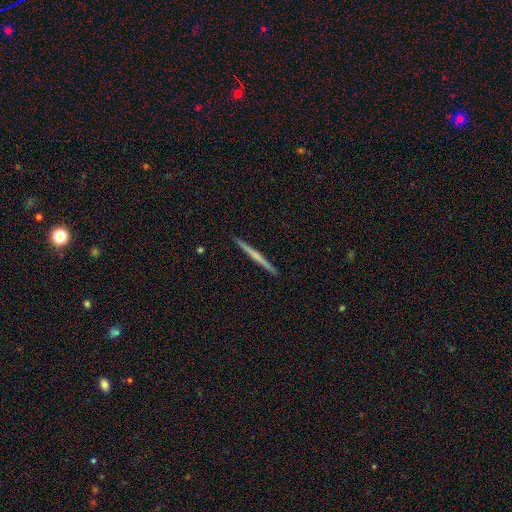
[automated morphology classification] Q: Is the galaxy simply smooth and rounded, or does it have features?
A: featured or disk — 53%.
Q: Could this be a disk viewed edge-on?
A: yes — 98%.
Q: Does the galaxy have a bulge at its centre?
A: none — 76%.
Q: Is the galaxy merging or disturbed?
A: none — 93%.